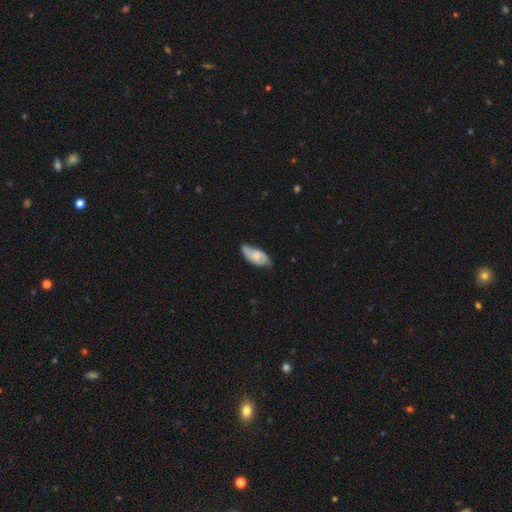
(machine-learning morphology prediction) Q: Smooth or featured?
A: smooth (49%); runner-up: featured or disk (44%)
Q: Merging?
A: none (62%); runner-up: minor disturbance (30%)